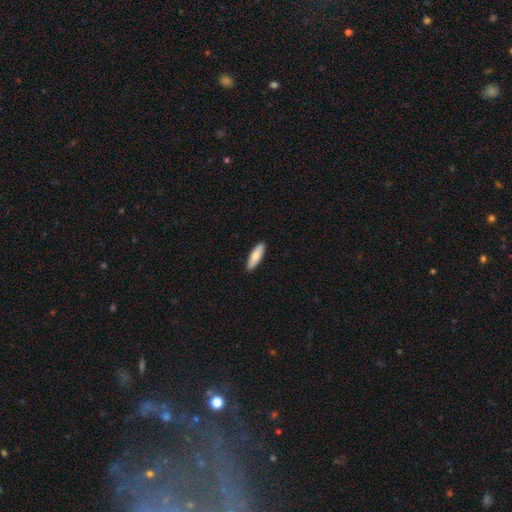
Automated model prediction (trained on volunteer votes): A smooth galaxy with no disk features (82%) that is cigar-shaped (55%). Merging: none (90%).